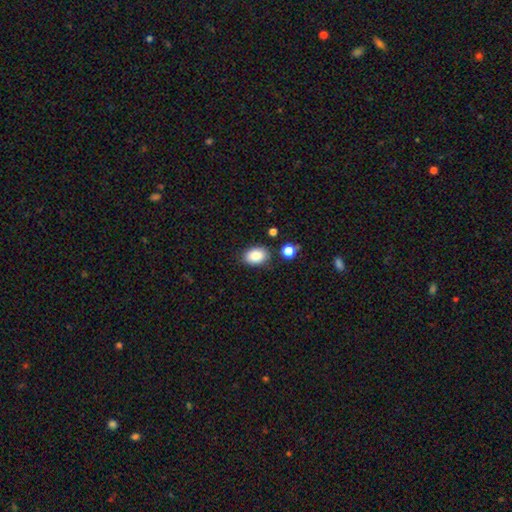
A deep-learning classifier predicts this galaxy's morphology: smooth_or_featured: smooth (p=0.87) [alt: star or artifact p=0.08]
how_rounded: in between (p=0.82) [alt: round p=0.17]
merging: none (p=0.81) [alt: minor disturbance p=0.12]